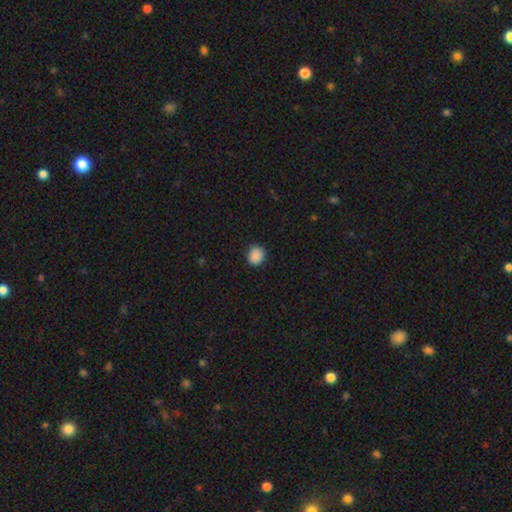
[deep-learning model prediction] Smooth or featured?
  - smooth: 89% *
  - star or artifact: 9%
  - featured or disk: 3%
How rounded?
  - round: 73% *
  - in between: 26%
  - cigar-shaped: 1%
Merging?
  - none: 87% *
  - minor disturbance: 10%
  - major disturbance: 2%
  - merger: 1%